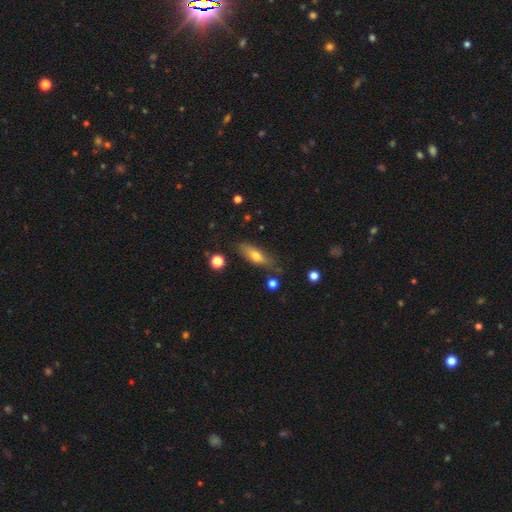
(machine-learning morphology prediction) smooth 66%, featured or disk 26%, star or artifact 8%. Down the decision tree: how rounded — in between (58%); merging — none (73%).